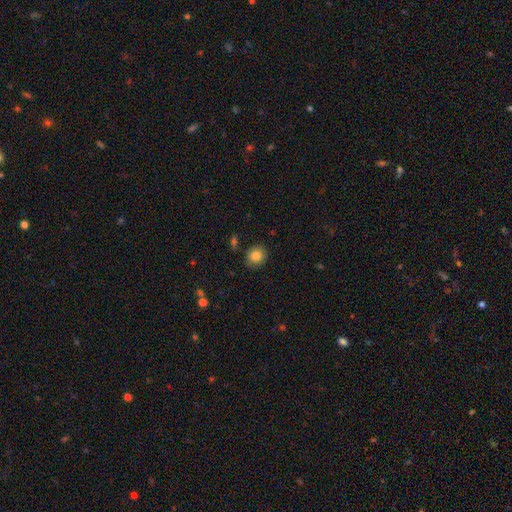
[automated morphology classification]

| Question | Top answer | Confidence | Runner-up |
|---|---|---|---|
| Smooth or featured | smooth | 84% | star or artifact (9%) |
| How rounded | round | 69% | in between (30%) |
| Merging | none | 84% | minor disturbance (11%) |